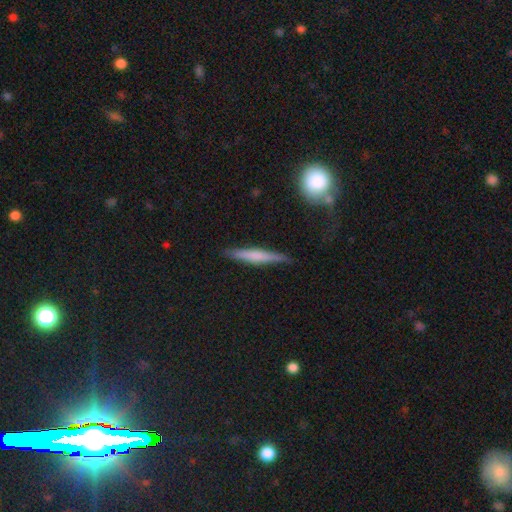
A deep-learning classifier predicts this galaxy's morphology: Overall: smooth (51%; featured or disk 43%). How rounded: cigar-shaped (93%). Merging: none (82%).